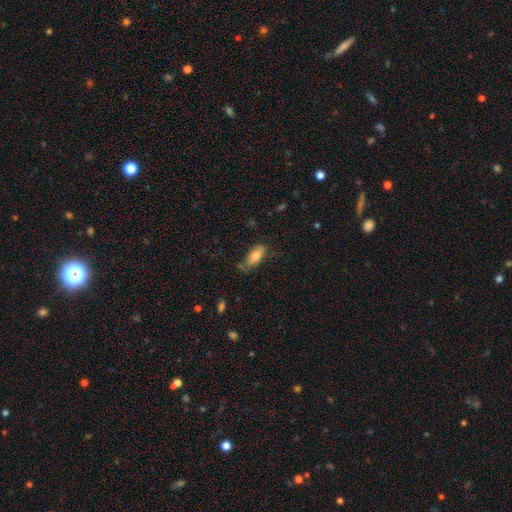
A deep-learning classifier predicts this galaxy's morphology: The model was most divided on "merging": none: 61%, minor disturbance: 27%, major disturbance: 8%, merger: 4%. More confident: how rounded — in between (86%); smooth or featured — smooth (76%).